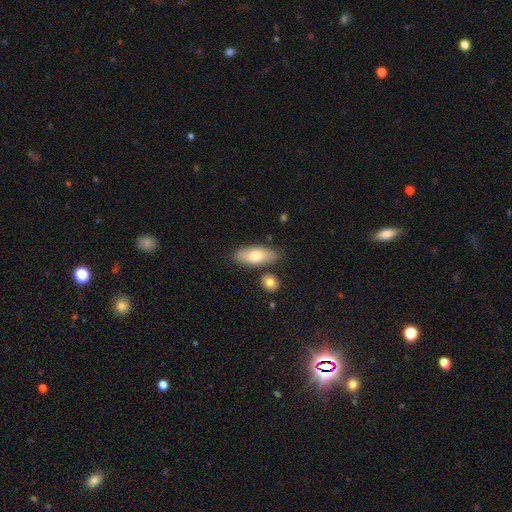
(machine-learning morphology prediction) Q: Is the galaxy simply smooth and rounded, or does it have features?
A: smooth — 73%.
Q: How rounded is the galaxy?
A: in between — 80%.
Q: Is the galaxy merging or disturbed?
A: none — 77%.